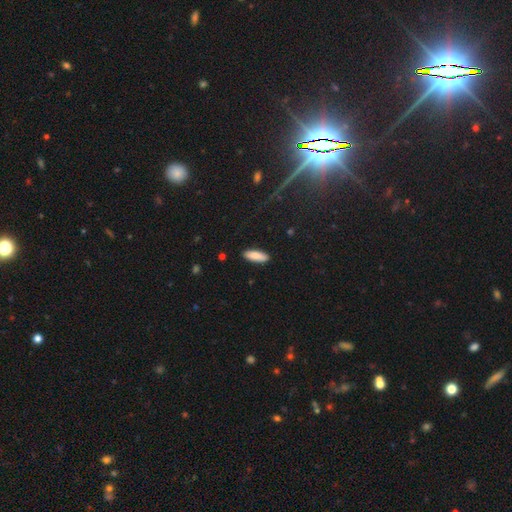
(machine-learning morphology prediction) type=smooth (86%); roundness=in between (61%); merging=none (89%).